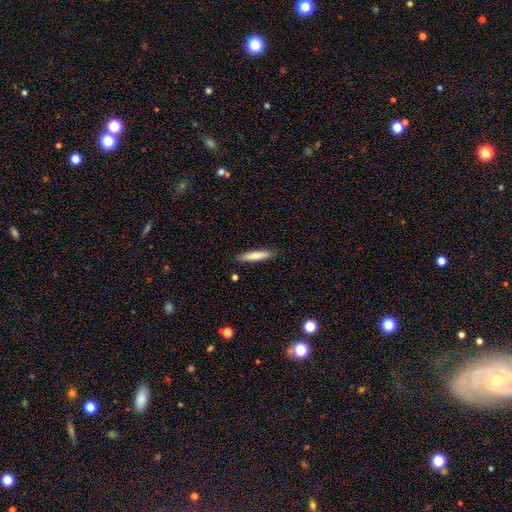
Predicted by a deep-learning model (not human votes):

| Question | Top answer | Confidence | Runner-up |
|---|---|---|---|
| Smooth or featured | smooth | 78% | featured or disk (16%) |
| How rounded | cigar-shaped | 86% | in between (13%) |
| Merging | none | 88% | minor disturbance (9%) |